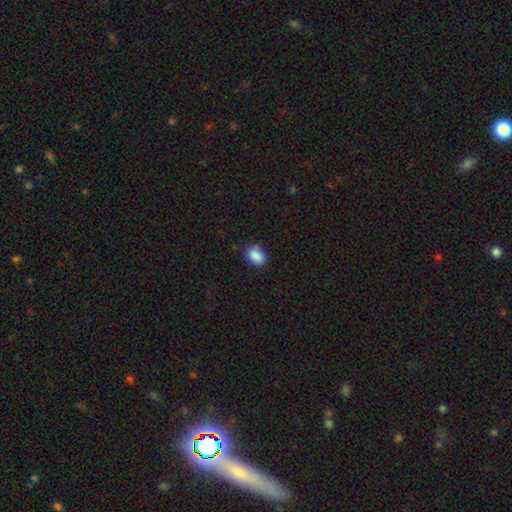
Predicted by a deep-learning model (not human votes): Smooth or featured?
  - smooth: 88% *
  - star or artifact: 8%
  - featured or disk: 4%
How rounded?
  - in between: 75% *
  - round: 23%
  - cigar-shaped: 1%
Merging?
  - none: 75% *
  - minor disturbance: 18%
  - major disturbance: 4%
  - merger: 3%